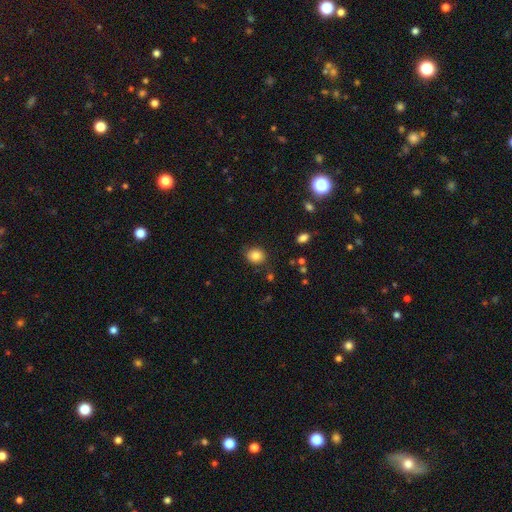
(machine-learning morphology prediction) Smooth or featured: smooth — 83% (star or artifact — 10%)
How rounded: round — 69% (in between — 30%)
Merging: none — 85% (minor disturbance — 11%)